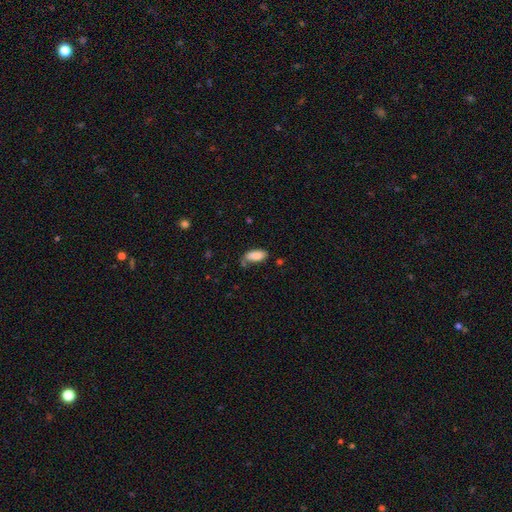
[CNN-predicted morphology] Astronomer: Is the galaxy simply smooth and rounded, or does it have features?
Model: smooth — 85%.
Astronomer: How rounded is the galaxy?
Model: in between — 88%.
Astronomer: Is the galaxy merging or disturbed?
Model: none — 62%.